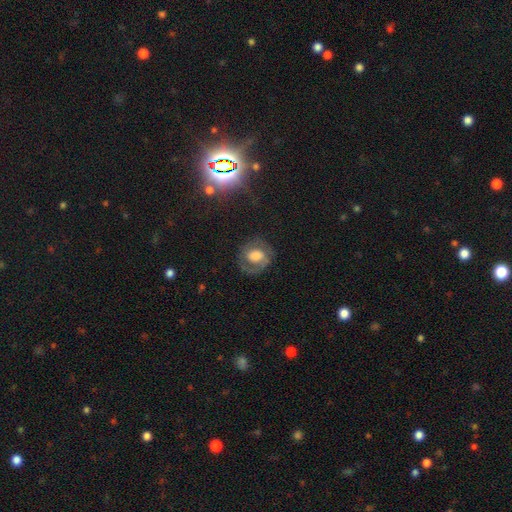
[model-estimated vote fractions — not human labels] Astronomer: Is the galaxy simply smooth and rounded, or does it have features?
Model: featured or disk — 51% (runner-up: smooth, 40%).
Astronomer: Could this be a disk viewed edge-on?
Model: no — 96%.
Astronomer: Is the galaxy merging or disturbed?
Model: none — 65%.